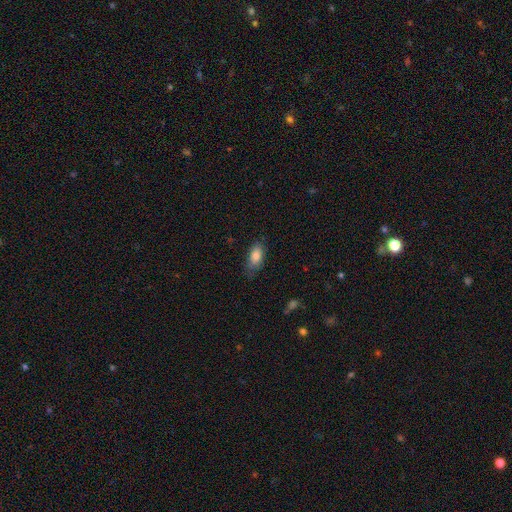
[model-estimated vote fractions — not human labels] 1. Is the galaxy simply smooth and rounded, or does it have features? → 84% smooth, 9% featured or disk, 7% star or artifact.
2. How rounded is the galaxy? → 88% in between, 8% cigar-shaped, 4% round.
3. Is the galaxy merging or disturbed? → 70% none, 23% minor disturbance, 6% major disturbance, 1% merger.